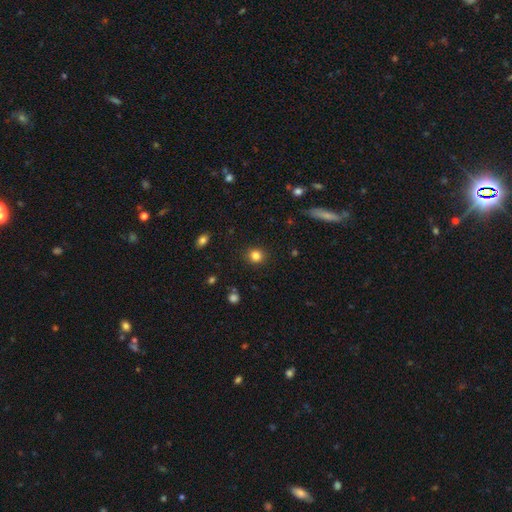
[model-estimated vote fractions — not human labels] Smooth or featured? smooth (84%)
How rounded? round (86%)
Merging? none (90%)